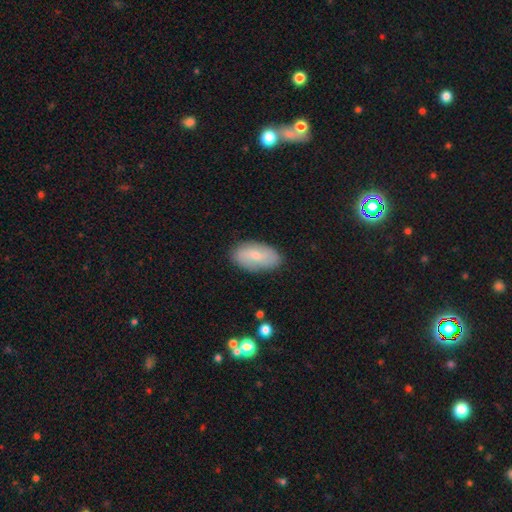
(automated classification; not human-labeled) A smooth galaxy with no disk features (61%) that is in between round and cigar-shaped (92%).

Vote fractions:
- Smooth or featured? smooth: 61% / featured or disk: 32% / star or artifact: 7%
- How rounded? in between: 92% / cigar-shaped: 4% / round: 4%
- Merging? none: 84% / minor disturbance: 12% / major disturbance: 3% / merger: 1%